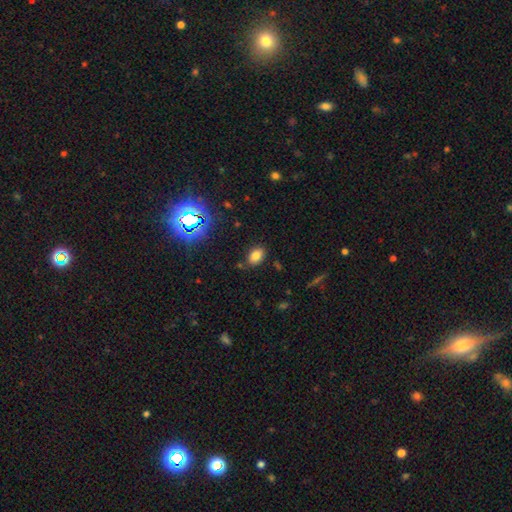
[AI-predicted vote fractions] A smooth galaxy with no disk features (77%) that is in between round and cigar-shaped (82%). Merging: none (82%).